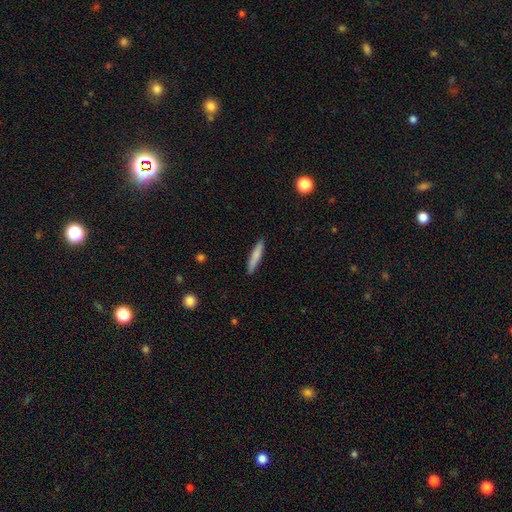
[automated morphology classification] Q: Smooth or featured?
A: smooth (77%); runner-up: featured or disk (18%)
Q: How rounded?
A: cigar-shaped (92%); runner-up: in between (7%)
Q: Merging?
A: none (89%); runner-up: minor disturbance (8%)